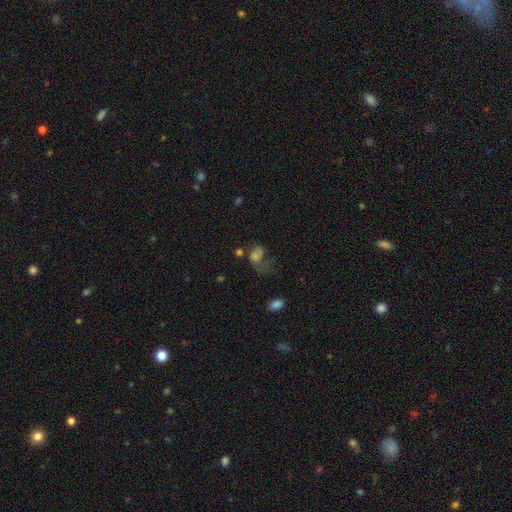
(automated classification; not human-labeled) This is marginally a featured or disk galaxy (43%). Merging: possibly major disturbance (51%).